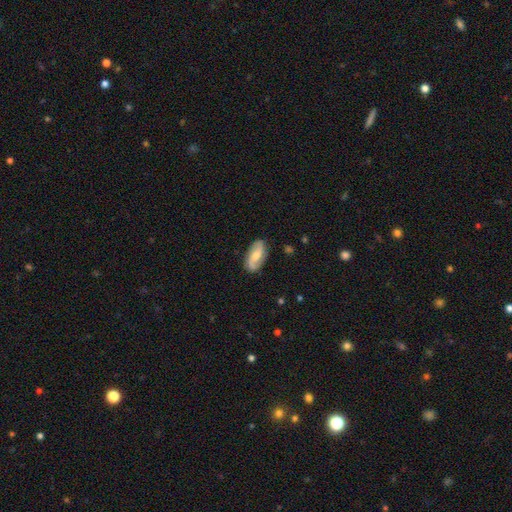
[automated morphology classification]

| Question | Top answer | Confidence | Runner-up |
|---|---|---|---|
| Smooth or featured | featured or disk | 69% | smooth (25%) |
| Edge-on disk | no | 95% | yes (5%) |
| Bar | weak | 44% | no (38%) |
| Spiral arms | yes | 93% | no (7%) |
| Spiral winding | loose | 43% | medium (39%) |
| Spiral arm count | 2 | 90% | can't tell (5%) |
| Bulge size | moderate | 50% | small (35%) |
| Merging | none | 83% | minor disturbance (13%) |